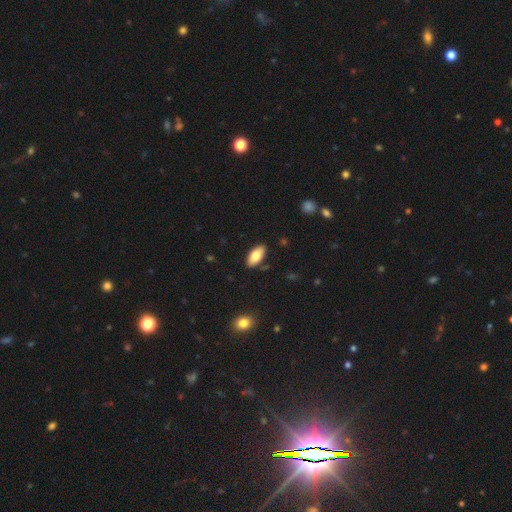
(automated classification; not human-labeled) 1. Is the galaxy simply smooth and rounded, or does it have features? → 79% smooth, 15% featured or disk, 6% star or artifact.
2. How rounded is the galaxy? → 91% in between, 7% cigar-shaped, 2% round.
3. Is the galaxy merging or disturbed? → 86% none, 10% minor disturbance, 2% major disturbance, 2% merger.